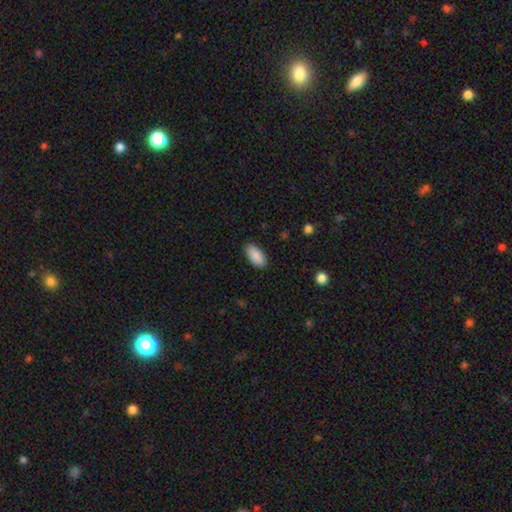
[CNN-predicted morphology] A smooth galaxy with no disk features (90%) that is in between round and cigar-shaped (92%). Merging: none (88%).